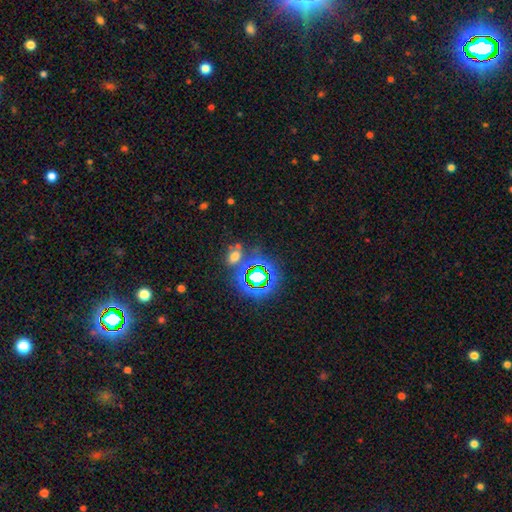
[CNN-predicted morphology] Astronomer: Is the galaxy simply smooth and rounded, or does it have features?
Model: star or artifact — 69%.